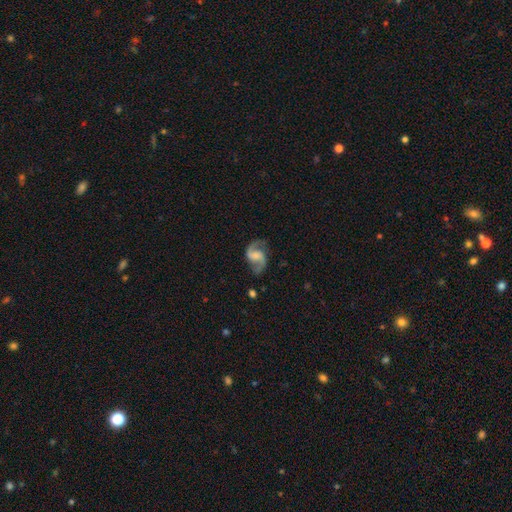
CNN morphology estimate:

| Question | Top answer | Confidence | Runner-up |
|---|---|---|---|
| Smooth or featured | featured or disk | 87% | smooth (7%) |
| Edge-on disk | no | 98% | yes (2%) |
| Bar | weak | 46% | no (39%) |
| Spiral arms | yes | 97% | no (3%) |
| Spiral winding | medium | 46% | loose (45%) |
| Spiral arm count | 2 | 93% | 1 (2%) |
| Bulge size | none | 38% | small (26%) |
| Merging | none | 74% | minor disturbance (16%) |